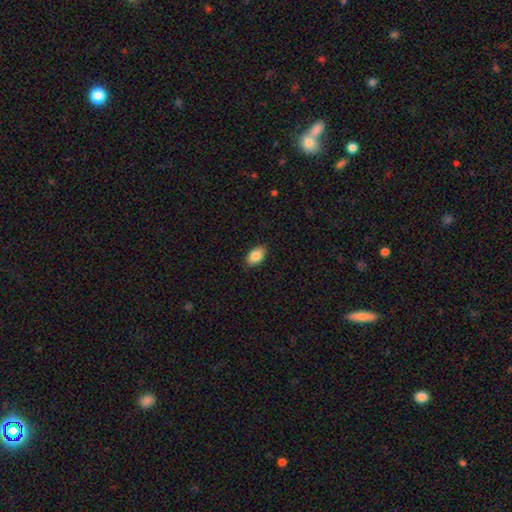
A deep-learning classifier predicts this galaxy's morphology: Smooth or featured: smooth — 86% (star or artifact — 7%)
How rounded: in between — 90% (round — 8%)
Merging: none — 87% (minor disturbance — 10%)